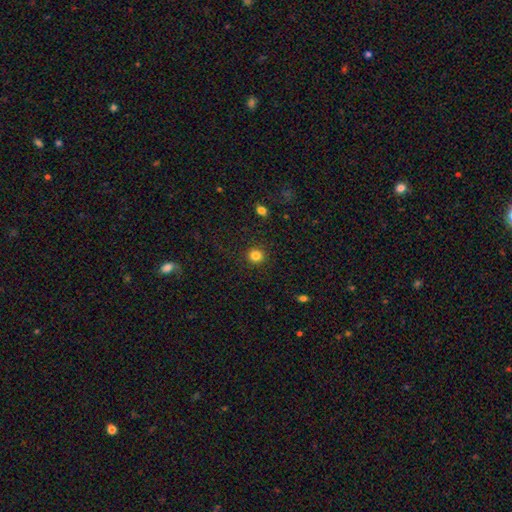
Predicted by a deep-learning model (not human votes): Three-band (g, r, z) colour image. It shows a smooth galaxy with no disk features (83%) that is round (92%). Merging: none (91%).